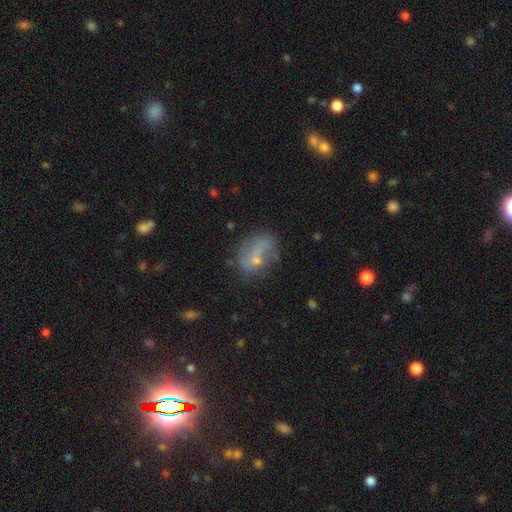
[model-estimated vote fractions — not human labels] smooth-or-featured: featured or disk: 46% | smooth: 41% | star or artifact: 13%
  merging: none: 47% | minor disturbance: 25% | major disturbance: 20% | merger: 8%